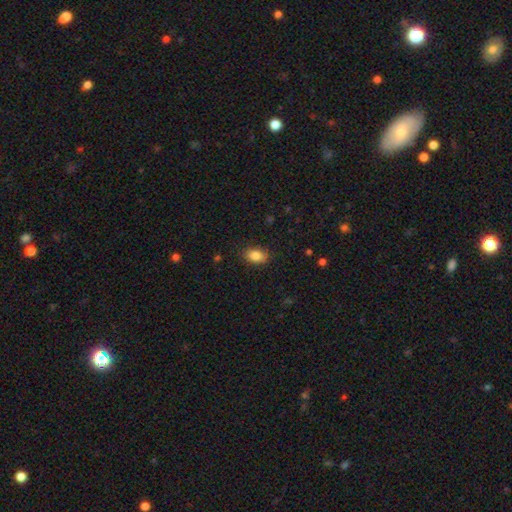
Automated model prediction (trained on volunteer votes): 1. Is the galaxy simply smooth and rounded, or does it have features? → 85% smooth, 9% star or artifact, 6% featured or disk.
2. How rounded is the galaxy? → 85% in between, 14% round, 2% cigar-shaped.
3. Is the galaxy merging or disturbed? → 86% none, 11% minor disturbance, 3% major disturbance, 1% merger.